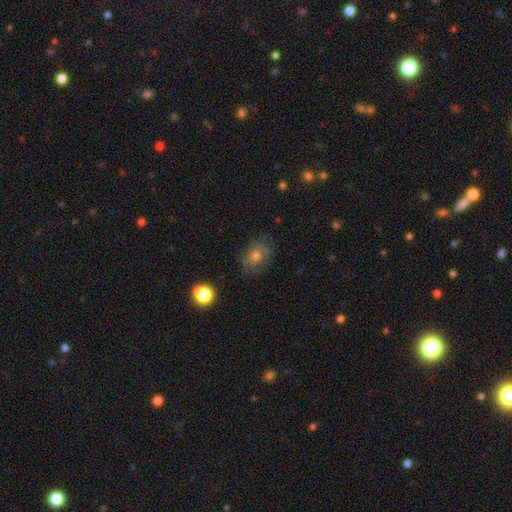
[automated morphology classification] smooth_or_featured: smooth (p=0.58) [alt: featured or disk p=0.27]
how_rounded: in between (p=0.54) [alt: round p=0.44]
merging: none (p=0.77) [alt: minor disturbance p=0.16]